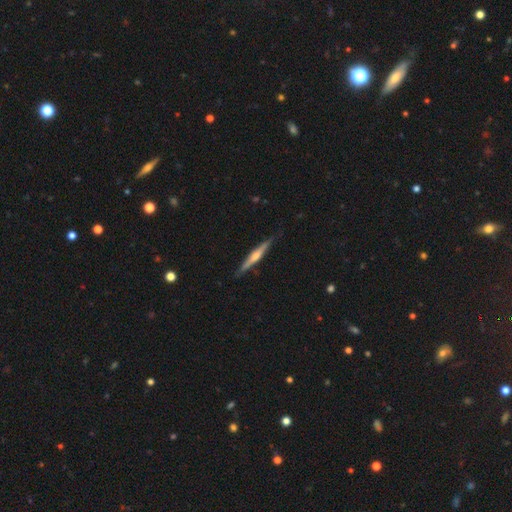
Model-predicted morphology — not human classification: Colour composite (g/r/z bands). It shows a featured or disk galaxy (65%) viewed edge-on (97%) with a rounded central bulge (79%). Merging: none (85%).